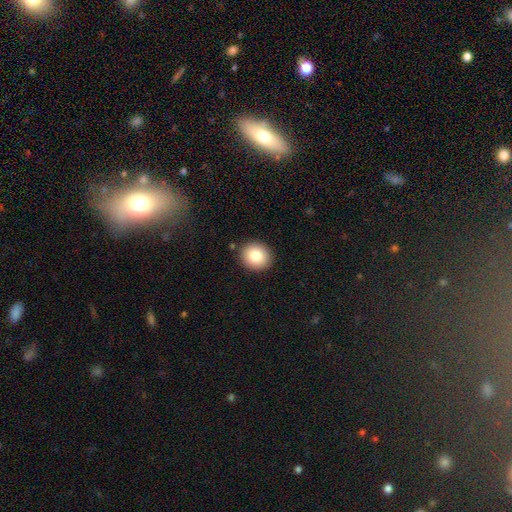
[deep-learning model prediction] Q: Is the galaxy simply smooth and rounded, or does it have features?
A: smooth — 84%.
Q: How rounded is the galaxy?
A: round — 80%.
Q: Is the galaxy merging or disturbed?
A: none — 90%.